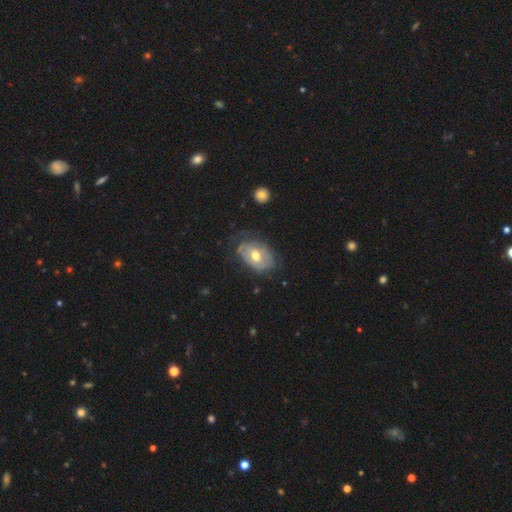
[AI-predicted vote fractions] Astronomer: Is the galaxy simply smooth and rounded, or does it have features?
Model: featured or disk — 62%.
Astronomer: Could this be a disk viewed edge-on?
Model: no — 93%.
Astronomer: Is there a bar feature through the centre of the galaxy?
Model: no — 58%.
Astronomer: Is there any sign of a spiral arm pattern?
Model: yes — 53% (runner-up: no, 47%).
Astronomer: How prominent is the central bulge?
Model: moderate — 77%.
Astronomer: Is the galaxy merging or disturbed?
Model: none — 53% (runner-up: minor disturbance, 29%).